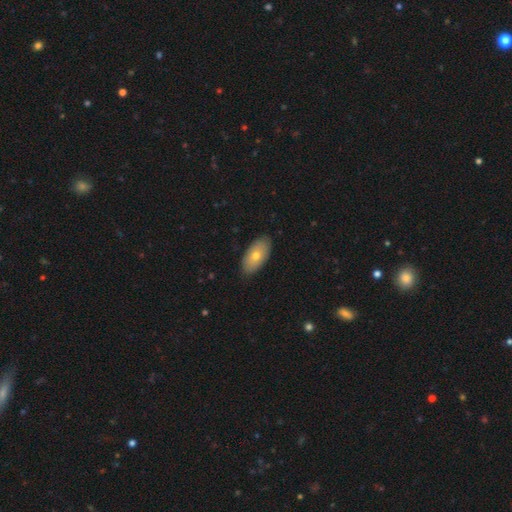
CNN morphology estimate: Smooth or featured?
  - smooth: 68% *
  - featured or disk: 25%
  - star or artifact: 7%
How rounded?
  - in between: 93% *
  - round: 4%
  - cigar-shaped: 3%
Merging?
  - none: 86% *
  - minor disturbance: 11%
  - major disturbance: 2%
  - merger: 1%